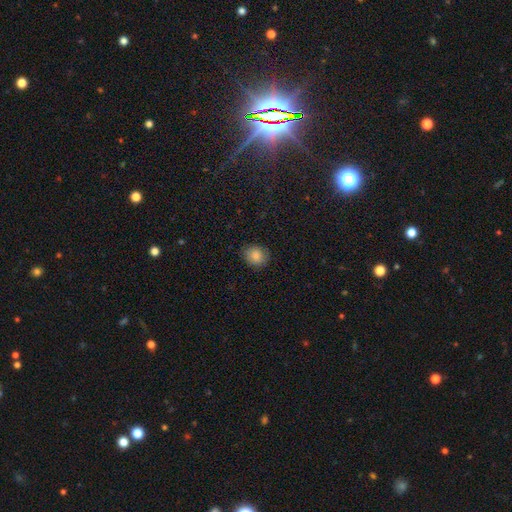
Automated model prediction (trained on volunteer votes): This is clearly a smooth galaxy (85%). How rounded: likely round (76%). Merging: clearly none (85%).